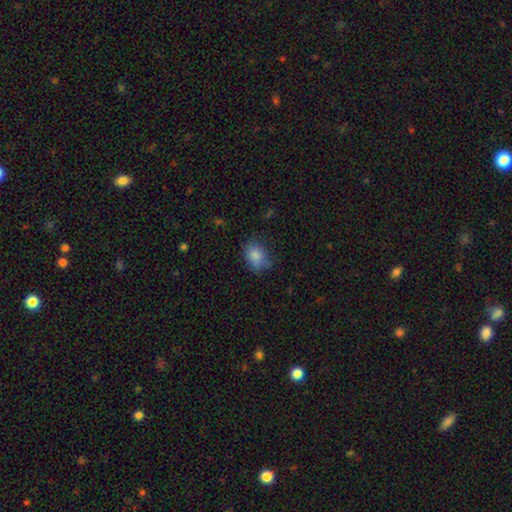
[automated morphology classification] Smooth or featured: smooth — 84% (star or artifact — 9%)
How rounded: in between — 71% (round — 28%)
Merging: none — 67% (minor disturbance — 24%)